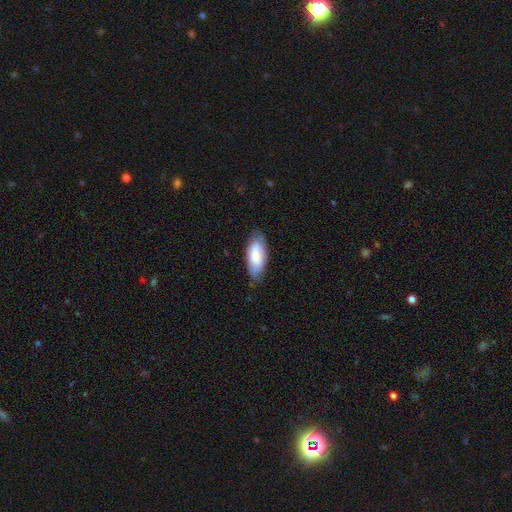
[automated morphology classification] This appears to be a smooth galaxy with no disk features (73%) that is in between round and cigar-shaped (86%). Merging: none (73%).